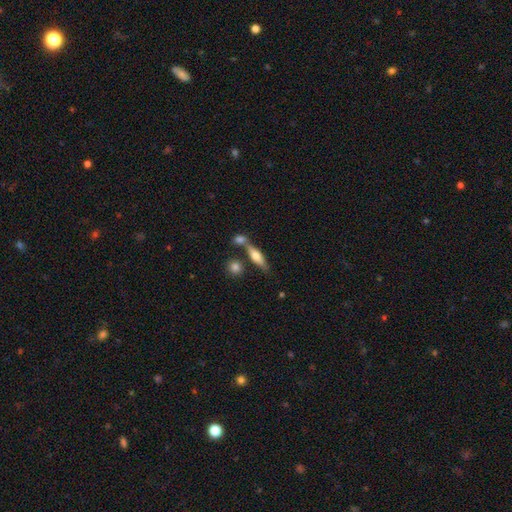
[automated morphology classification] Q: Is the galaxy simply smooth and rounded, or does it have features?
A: smooth — 49%.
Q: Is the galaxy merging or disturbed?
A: none — 61%.